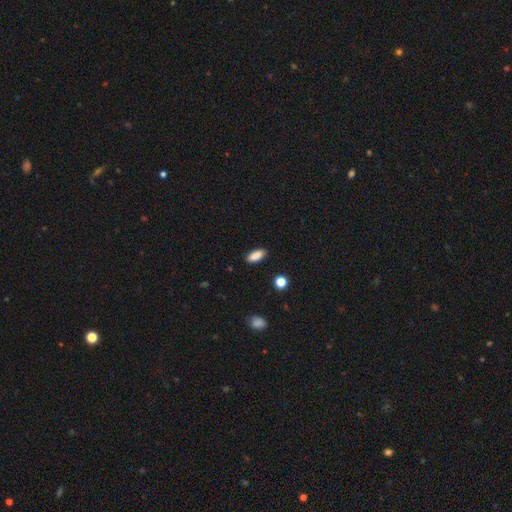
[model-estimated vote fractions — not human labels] The model was most divided on "how rounded": in between: 83%, cigar-shaped: 15%, round: 3%. More confident: smooth or featured — smooth (88%); merging — none (87%).